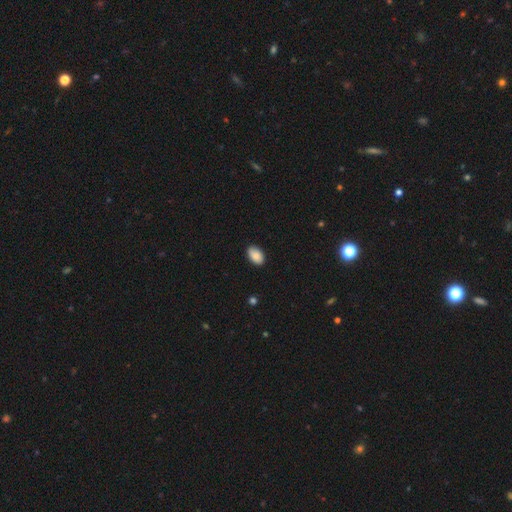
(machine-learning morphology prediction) Smooth or featured? smooth (88%)
How rounded? in between (93%)
Merging? none (88%)